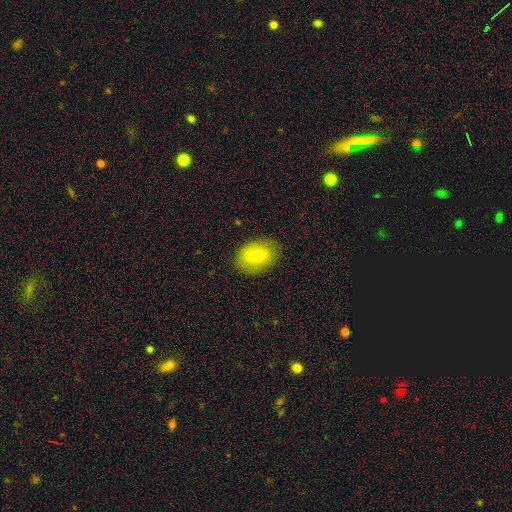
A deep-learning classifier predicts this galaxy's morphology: A smooth galaxy with no disk features (71%) that is in between round and cigar-shaped (74%). Merging: none (83%).